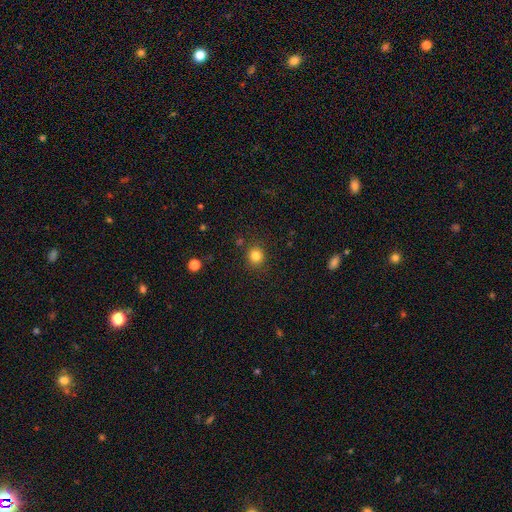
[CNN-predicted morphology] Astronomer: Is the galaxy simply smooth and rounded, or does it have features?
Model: smooth — 83%.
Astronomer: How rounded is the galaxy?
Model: round — 87%.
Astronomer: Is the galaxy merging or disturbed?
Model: none — 88%.